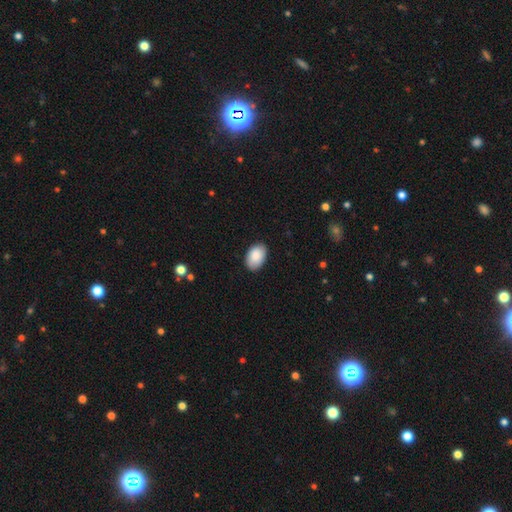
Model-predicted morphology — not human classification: The model was most divided on "merging": none: 86%, minor disturbance: 11%, major disturbance: 2%, merger: 1%. More confident: how rounded — in between (91%); smooth or featured — smooth (89%).